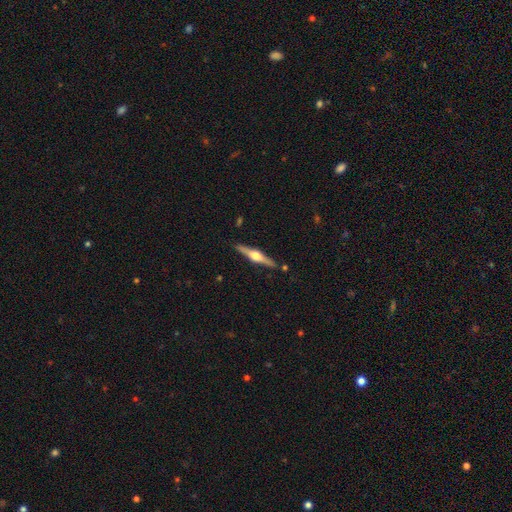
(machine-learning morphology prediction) This appears to be a featured or disk galaxy (76%) viewed edge-on (98%) with a rounded central bulge (95%). Merging: none (89%).